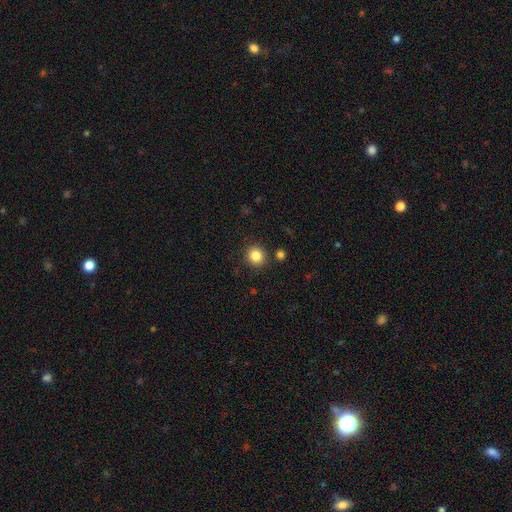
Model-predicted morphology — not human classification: Smooth or featured? Predicted: smooth (p=0.85). How rounded? Predicted: round (p=0.91). Merging? Predicted: none (p=0.88).